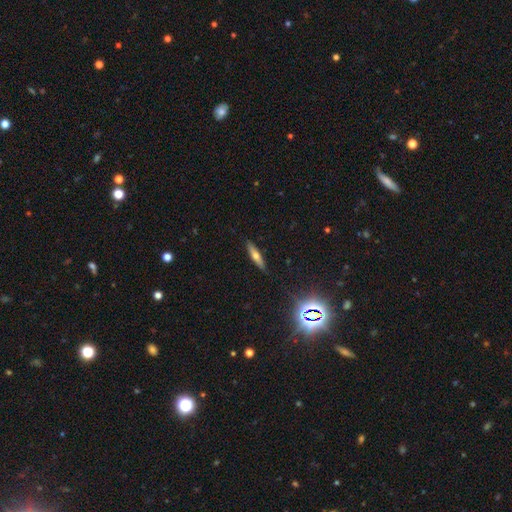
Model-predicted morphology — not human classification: A smooth galaxy with no disk features (51%) that is cigar-shaped (79%). Merging: none (90%).